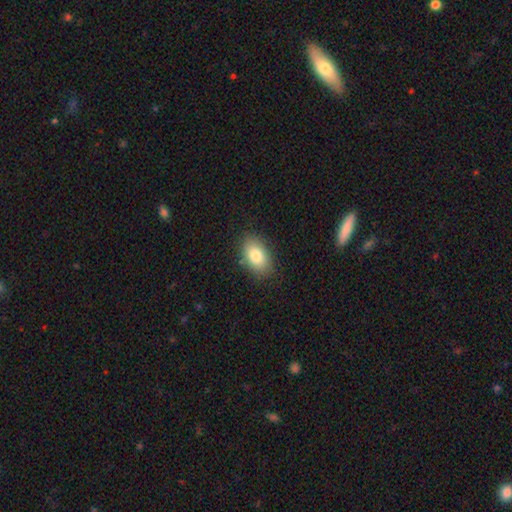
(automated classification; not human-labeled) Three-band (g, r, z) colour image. It shows a smooth galaxy with no disk features (82%) that is in between round and cigar-shaped (91%). Merging: none (85%).